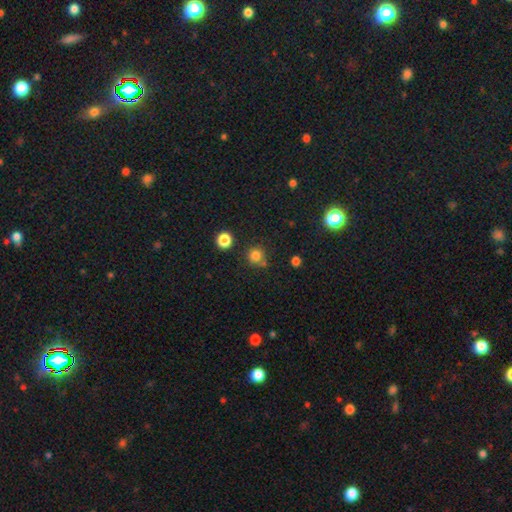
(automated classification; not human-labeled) Smooth or featured?
  - smooth: 79% *
  - star or artifact: 16%
  - featured or disk: 5%
How rounded?
  - round: 93% *
  - in between: 6%
  - cigar-shaped: 1%
Merging?
  - none: 77% *
  - minor disturbance: 10%
  - merger: 10%
  - major disturbance: 4%